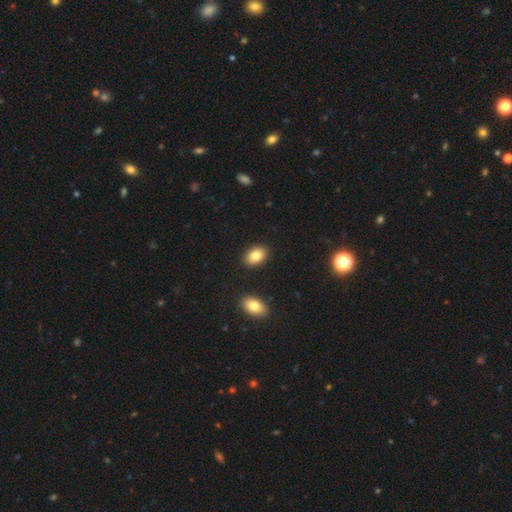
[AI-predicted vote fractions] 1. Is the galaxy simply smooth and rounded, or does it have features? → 84% smooth, 8% featured or disk, 8% star or artifact.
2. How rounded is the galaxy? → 88% in between, 11% round, 1% cigar-shaped.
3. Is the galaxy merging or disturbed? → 88% none, 8% minor disturbance, 2% merger, 2% major disturbance.